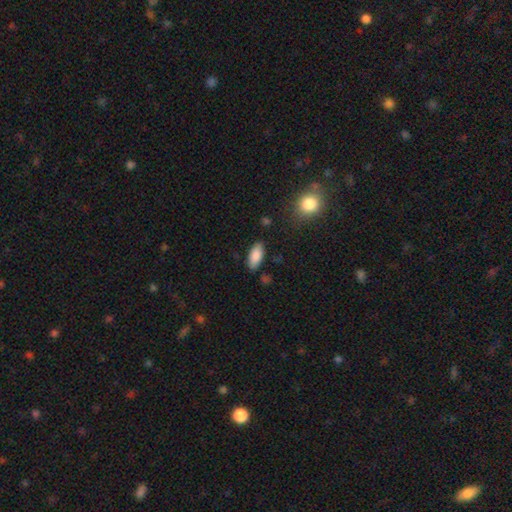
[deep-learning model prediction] Q: Smooth or featured?
A: smooth (87%); runner-up: star or artifact (7%)
Q: How rounded?
A: in between (88%); runner-up: cigar-shaped (10%)
Q: Merging?
A: none (83%); runner-up: minor disturbance (12%)